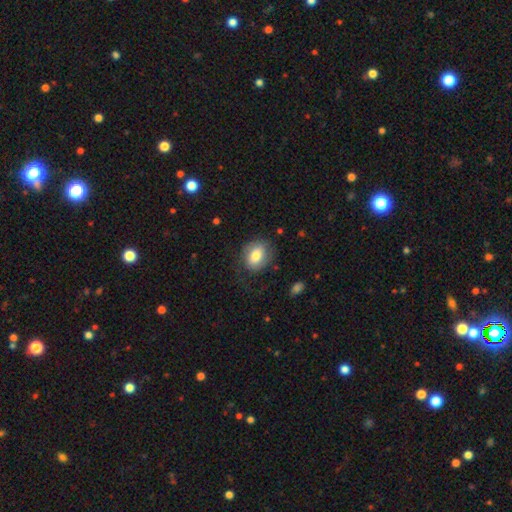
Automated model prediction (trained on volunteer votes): Smooth or featured? smooth (70%)
How rounded? in between (59%)
Merging? none (68%)